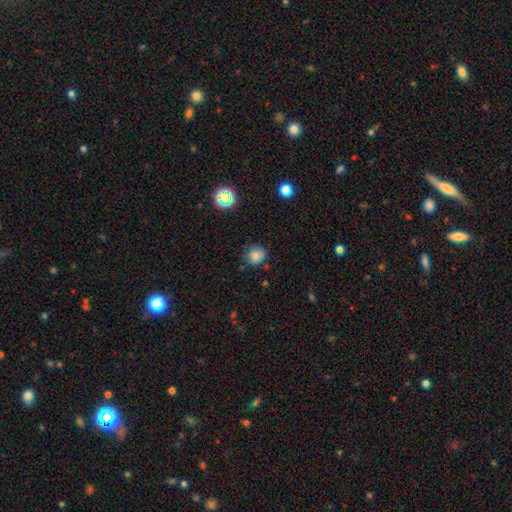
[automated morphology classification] This is likely a smooth galaxy (77%). How rounded: clearly round (87%). Merging: likely none (76%).